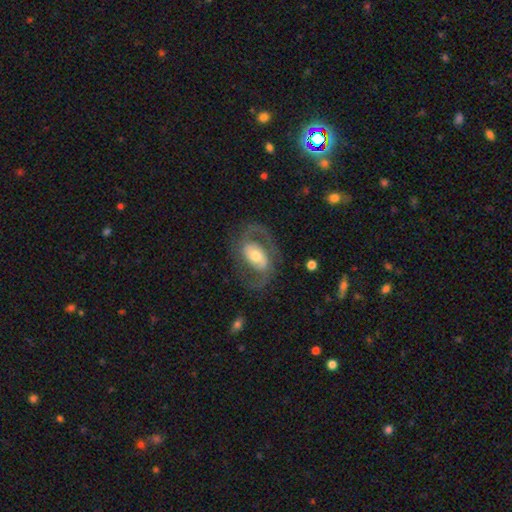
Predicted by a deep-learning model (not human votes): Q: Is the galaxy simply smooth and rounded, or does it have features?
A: featured or disk — 83%.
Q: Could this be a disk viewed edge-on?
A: no — 97%.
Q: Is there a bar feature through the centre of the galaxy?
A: weak — 40%.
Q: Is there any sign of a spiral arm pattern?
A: yes — 90%.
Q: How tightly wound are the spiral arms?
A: medium — 55%.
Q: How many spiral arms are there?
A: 2 — 88%.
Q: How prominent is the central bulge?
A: moderate — 64%.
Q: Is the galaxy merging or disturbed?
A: none — 73%.